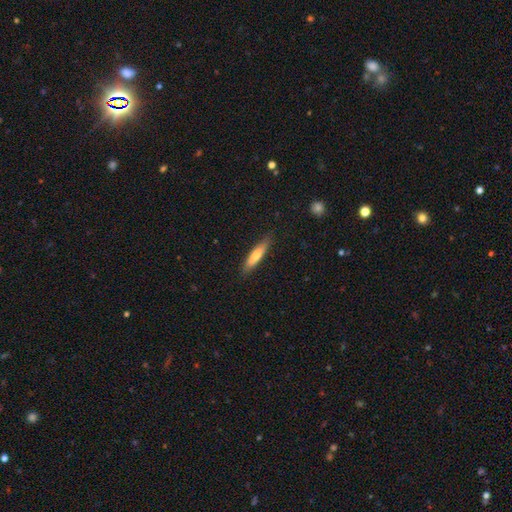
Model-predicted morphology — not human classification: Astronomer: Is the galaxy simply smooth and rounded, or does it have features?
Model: smooth — 65%.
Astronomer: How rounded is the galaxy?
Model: cigar-shaped — 79%.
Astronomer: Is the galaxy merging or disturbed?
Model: none — 86%.